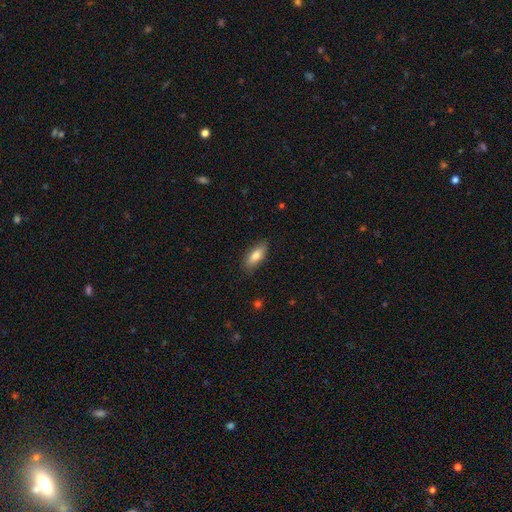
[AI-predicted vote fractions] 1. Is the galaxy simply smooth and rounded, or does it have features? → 79% smooth, 15% featured or disk, 7% star or artifact.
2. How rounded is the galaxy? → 75% in between, 22% cigar-shaped, 2% round.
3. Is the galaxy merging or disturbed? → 84% none, 12% minor disturbance, 2% major disturbance, 1% merger.